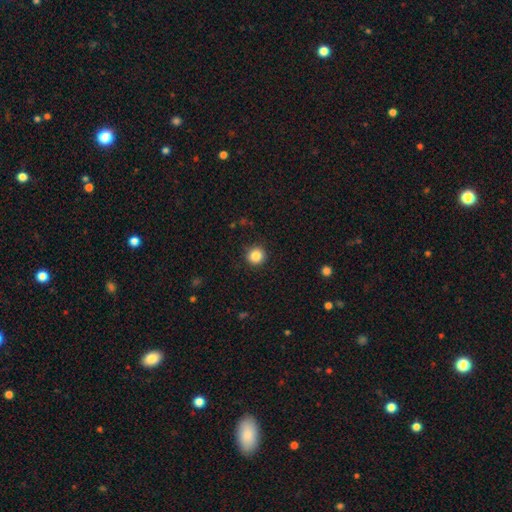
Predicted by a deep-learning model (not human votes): Q: Smooth or featured?
A: smooth (86%); runner-up: star or artifact (10%)
Q: How rounded?
A: round (94%); runner-up: in between (5%)
Q: Merging?
A: none (91%); runner-up: minor disturbance (6%)